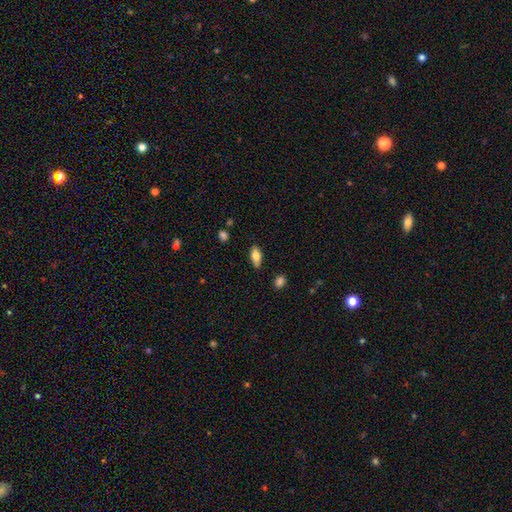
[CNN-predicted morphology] smooth_or_featured: smooth (p=0.77) [alt: featured or disk p=0.16]
how_rounded: in between (p=0.85) [alt: cigar-shaped p=0.12]
merging: none (p=0.82) [alt: minor disturbance p=0.13]